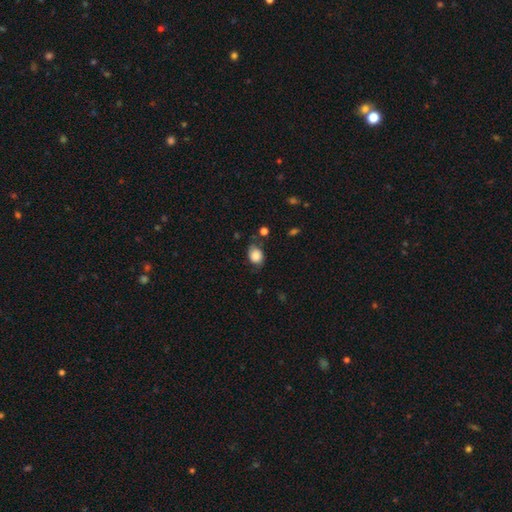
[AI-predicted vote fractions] Smooth or featured: smooth — 82% (featured or disk — 9%)
How rounded: in between — 62% (round — 37%)
Merging: none — 62% (minor disturbance — 27%)